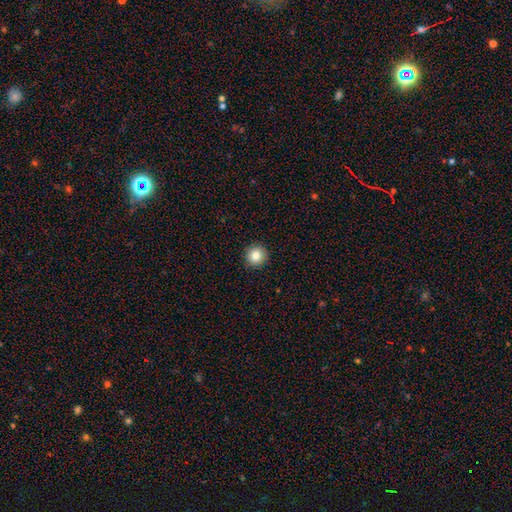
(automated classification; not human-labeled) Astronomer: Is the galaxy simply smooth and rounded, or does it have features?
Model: smooth — 82%.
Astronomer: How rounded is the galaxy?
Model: round — 95%.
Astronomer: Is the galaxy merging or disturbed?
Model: none — 93%.